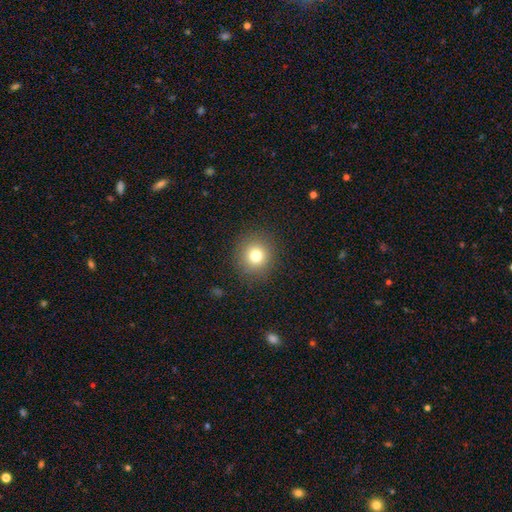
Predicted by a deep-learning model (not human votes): smooth-or-featured: smooth: 77% | star or artifact: 13% | featured or disk: 9%
  how-rounded: round: 92% | in between: 7% | cigar-shaped: 1%
  merging: none: 90% | minor disturbance: 6% | major disturbance: 3% | merger: 1%